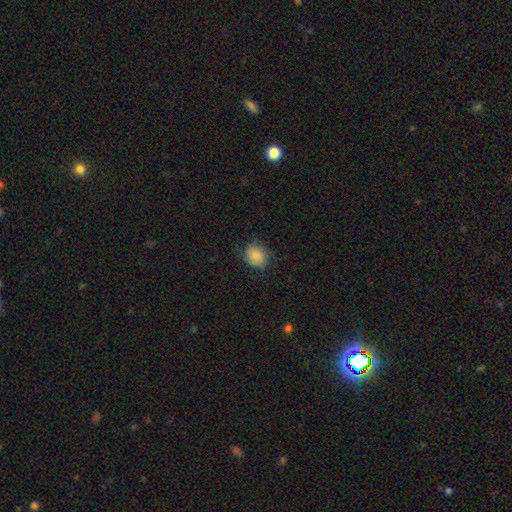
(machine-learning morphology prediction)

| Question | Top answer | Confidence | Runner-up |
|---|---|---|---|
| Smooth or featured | smooth | 83% | star or artifact (8%) |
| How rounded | round | 60% | in between (39%) |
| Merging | none | 70% | minor disturbance (23%) |